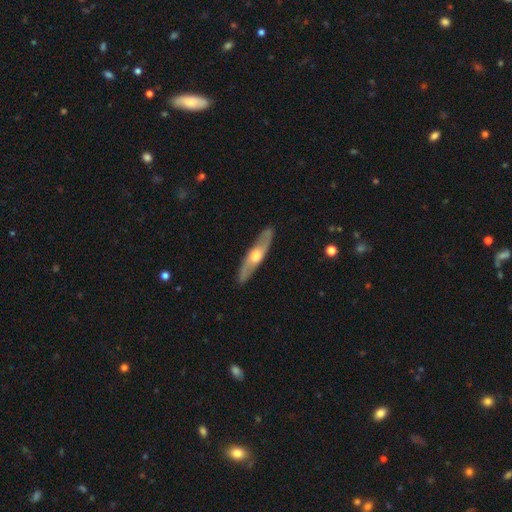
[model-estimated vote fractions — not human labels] Smooth or featured: featured or disk — 68% (smooth — 28%)
Edge-on disk: yes — 68% (no — 32%)
Merging: none — 89% (minor disturbance — 8%)